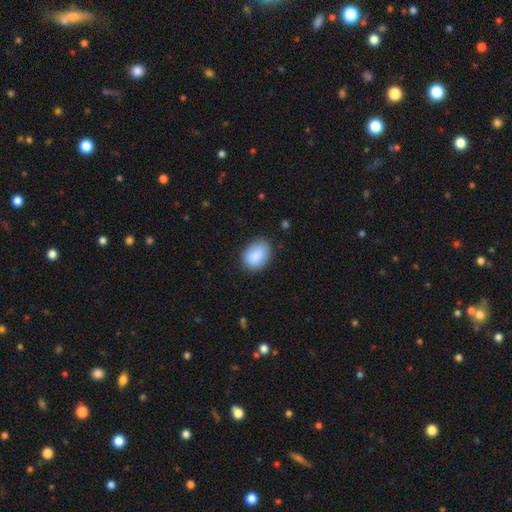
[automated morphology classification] The model was most divided on "how rounded": in between: 76%, round: 23%, cigar-shaped: 1%. More confident: smooth or featured — smooth (89%); merging — none (77%).